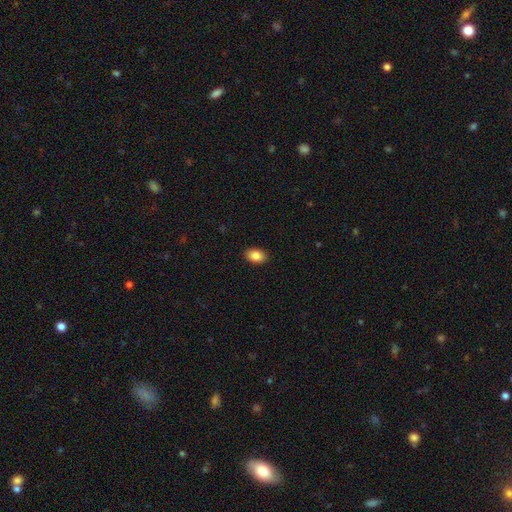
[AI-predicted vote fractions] Morphology: type=smooth (87%); roundness=in between (87%); merging=none (90%).